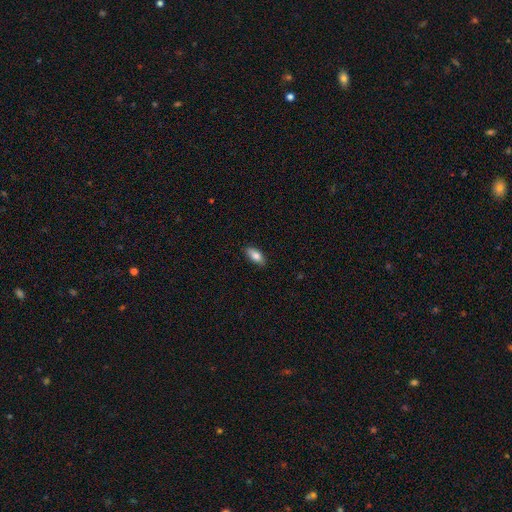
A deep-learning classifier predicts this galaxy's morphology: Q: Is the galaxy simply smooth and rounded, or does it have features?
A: smooth — 82%.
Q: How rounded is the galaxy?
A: in between — 87%.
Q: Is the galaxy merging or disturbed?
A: none — 86%.